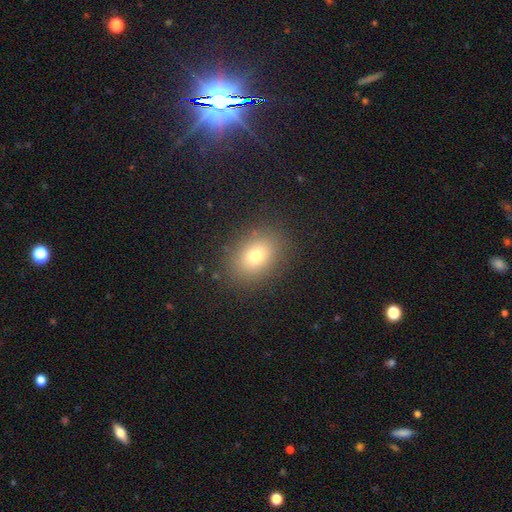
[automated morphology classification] This appears to be a smooth galaxy with no disk features (75%) that is in between round and cigar-shaped (68%). Merging: none (86%).